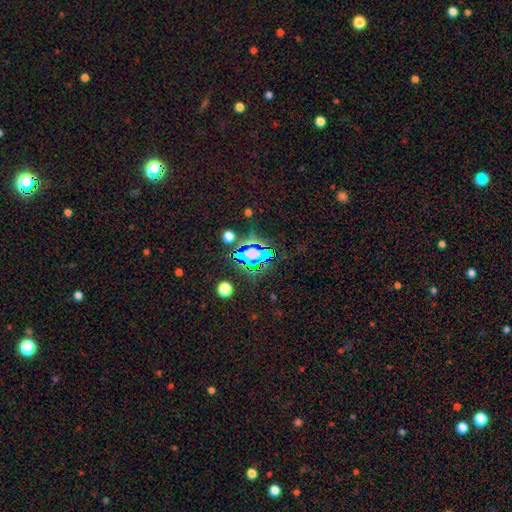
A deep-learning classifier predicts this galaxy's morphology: Smooth or featured: star or artifact — 57% (smooth — 31%)